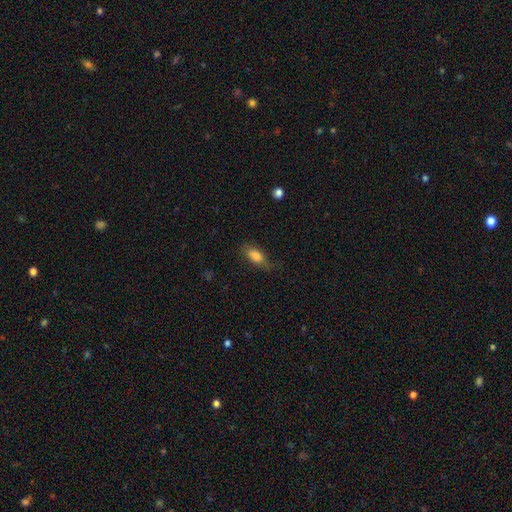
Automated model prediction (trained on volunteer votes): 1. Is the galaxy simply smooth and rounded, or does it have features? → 81% smooth, 11% featured or disk, 8% star or artifact.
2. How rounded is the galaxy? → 83% in between, 12% cigar-shaped, 5% round.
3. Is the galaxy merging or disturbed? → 65% none, 25% minor disturbance, 9% major disturbance, 1% merger.